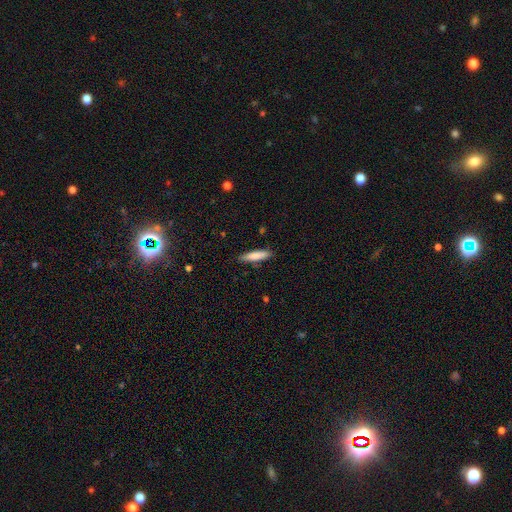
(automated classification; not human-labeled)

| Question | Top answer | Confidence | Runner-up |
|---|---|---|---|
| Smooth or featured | smooth | 80% | featured or disk (14%) |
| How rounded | cigar-shaped | 77% | in between (21%) |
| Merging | none | 86% | minor disturbance (10%) |